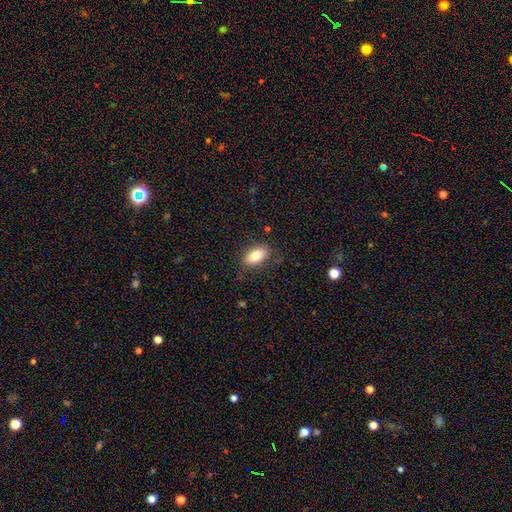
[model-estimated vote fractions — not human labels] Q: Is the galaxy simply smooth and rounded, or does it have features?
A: smooth — 80%.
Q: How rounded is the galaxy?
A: in between — 90%.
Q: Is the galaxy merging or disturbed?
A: none — 79%.